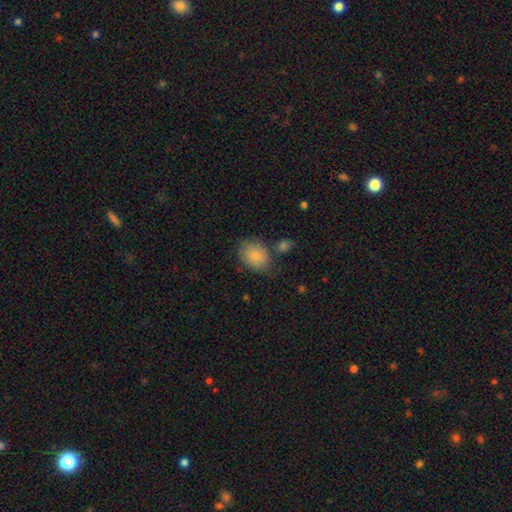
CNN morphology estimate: type=smooth (83%); roundness=in between (67%); merging=none (67%).